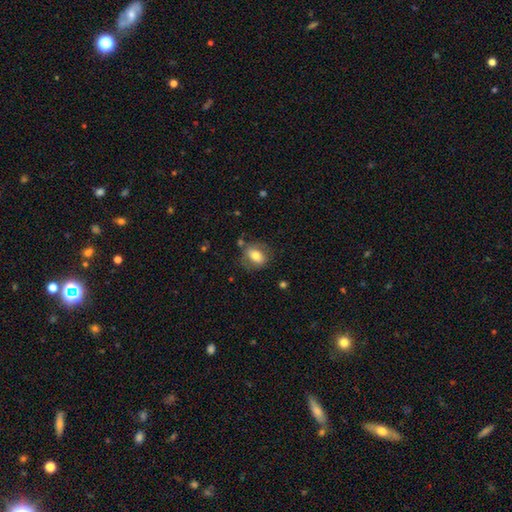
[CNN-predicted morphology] smooth-or-featured: smooth: 69% | featured or disk: 23% | star or artifact: 8%
  how-rounded: in between: 61% | round: 37% | cigar-shaped: 2%
  merging: none: 69% | minor disturbance: 19% | major disturbance: 8% | merger: 5%